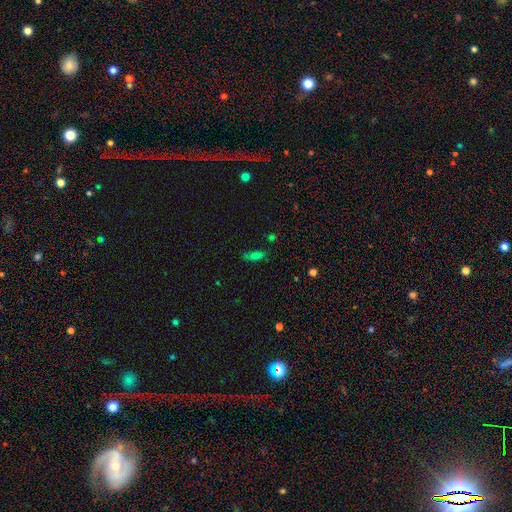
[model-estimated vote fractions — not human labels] Smooth or featured? smooth (68%)
How rounded? in between (55%)
Merging? none (69%)